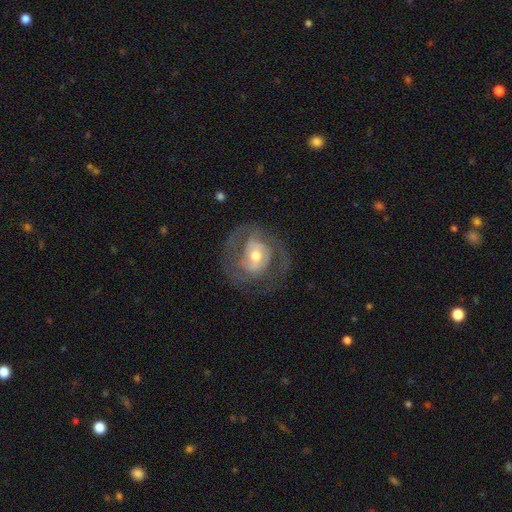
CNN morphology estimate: Smooth or featured?
  - featured or disk: 78% *
  - smooth: 16%
  - star or artifact: 6%
Edge-on disk?
  - no: 97% *
  - yes: 3%
Bar?
  - no: 46% *
  - weak: 37%
  - strong: 17%
Spiral arms?
  - yes: 83% *
  - no: 17%
Spiral winding?
  - tight: 43% * (tied)
  - medium: 43% * (tied)
  - loose: 14%
Spiral arm count?
  - 2: 67% *
  - can't tell: 17%
  - 3: 6%
  - 1: 6%
  - 4: 2%
  - more than 4: 2%
Bulge size?
  - moderate: 67% *
  - small: 24%
  - large: 7%
  - dominant: 1%
  - none: 1%
Merging?
  - none: 68% *
  - minor disturbance: 16%
  - major disturbance: 15%
  - merger: 1%